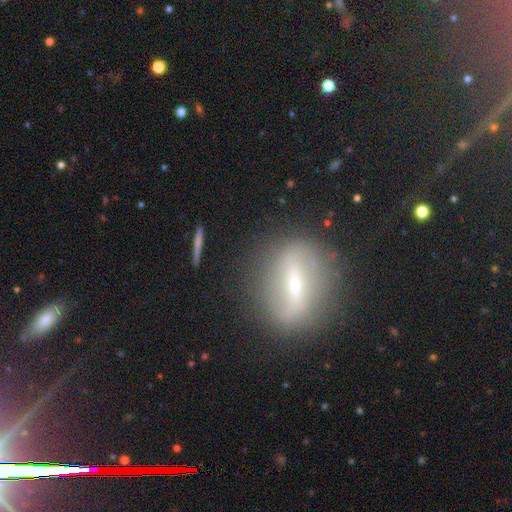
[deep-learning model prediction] Smooth or featured: featured or disk — 64% (smooth — 23%)
Edge-on disk: no — 63% (yes — 37%)
Merging: none — 81% (minor disturbance — 12%)